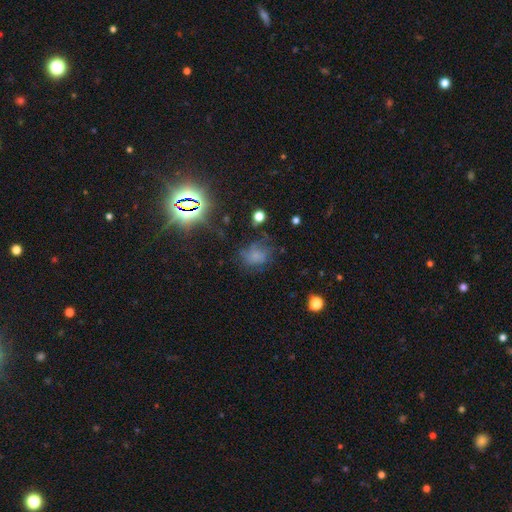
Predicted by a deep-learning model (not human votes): Smooth or featured: smooth — 54% (star or artifact — 27%)
How rounded: in between — 50% (round — 49%)
Merging: none — 54% (minor disturbance — 24%)